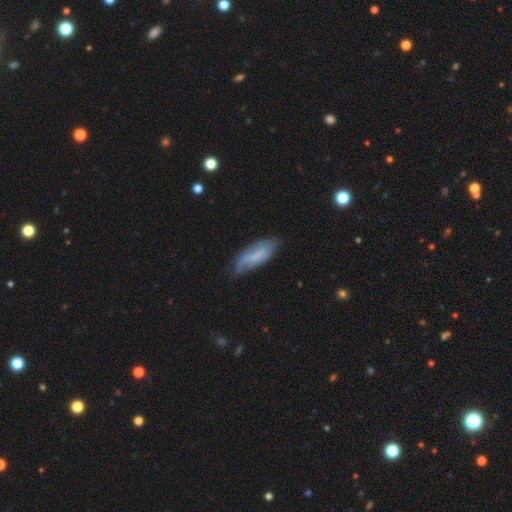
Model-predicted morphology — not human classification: Smooth or featured? smooth (49%)
Merging? none (57%)